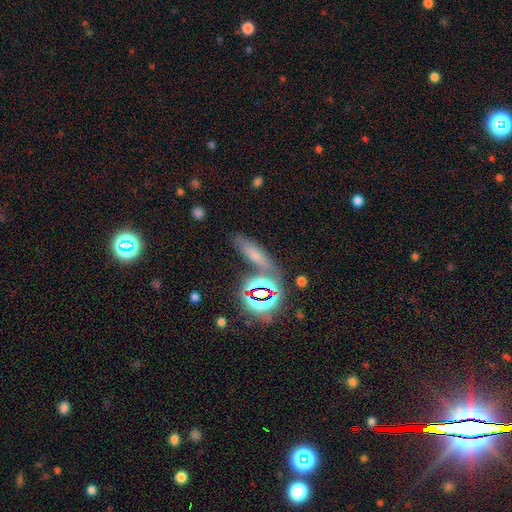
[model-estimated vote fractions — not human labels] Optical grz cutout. It shows a smooth galaxy with no disk features (55%) that is cigar-shaped (55%). Merging: none (68%).